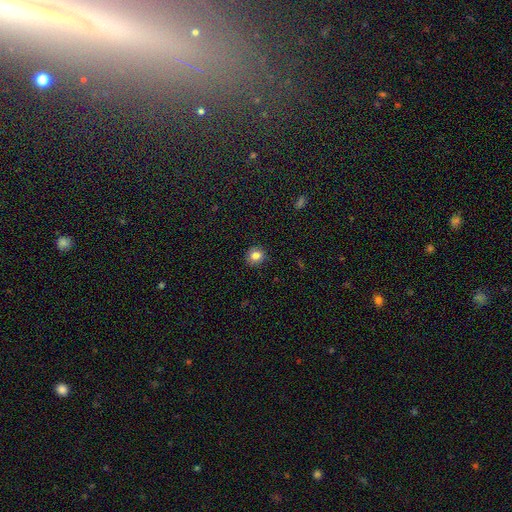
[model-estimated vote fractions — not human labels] Smooth or featured? smooth (82%)
How rounded? round (83%)
Merging? none (89%)